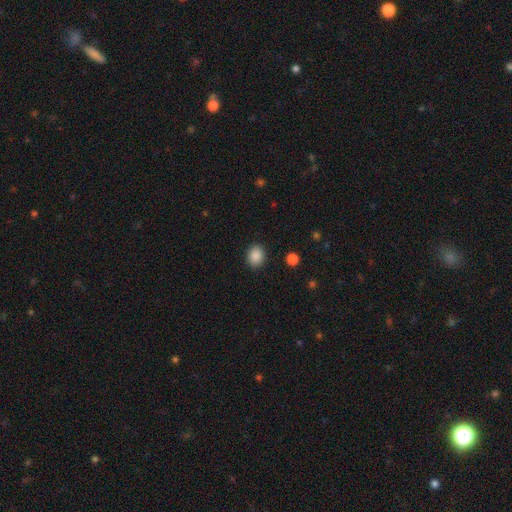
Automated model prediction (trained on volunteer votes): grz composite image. It shows a smooth galaxy with no disk features (88%) that is round (60%). Merging: none (89%).